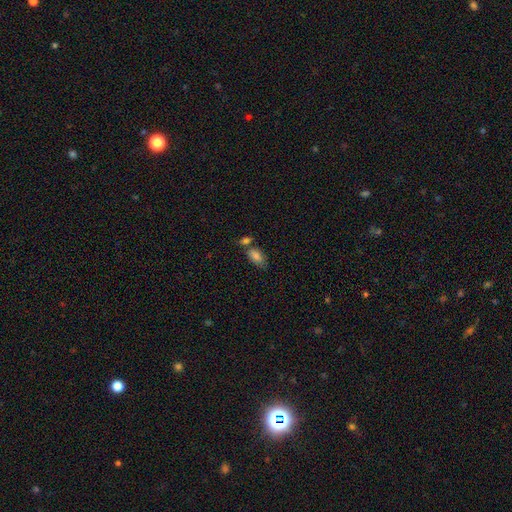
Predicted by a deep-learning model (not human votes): A smooth galaxy with no disk features (82%) that is in between round and cigar-shaped (91%).

Vote fractions:
- Smooth or featured? smooth: 82% / featured or disk: 9% / star or artifact: 8%
- How rounded? in between: 91% / round: 5% / cigar-shaped: 4%
- Merging? none: 48% / merger: 31% / minor disturbance: 15% / major disturbance: 5%